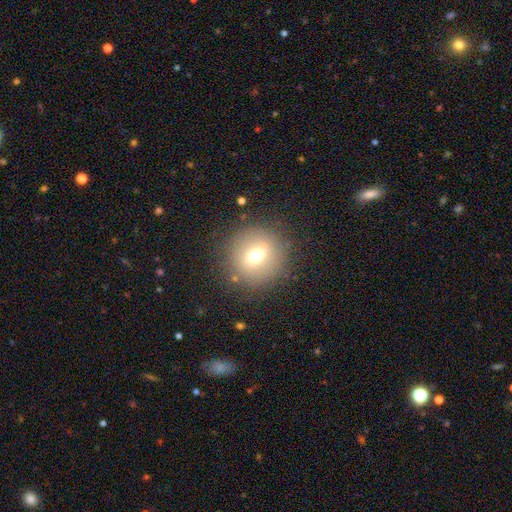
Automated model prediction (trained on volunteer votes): Smooth or featured: smooth — 59% (featured or disk — 26%)
How rounded: round — 92% (in between — 7%)
Merging: none — 85% (minor disturbance — 9%)